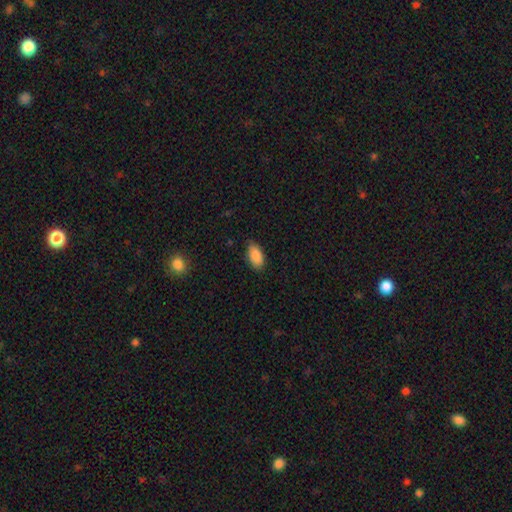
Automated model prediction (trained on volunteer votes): Morphology: type=smooth (89%); roundness=in between (93%); merging=none (81%).